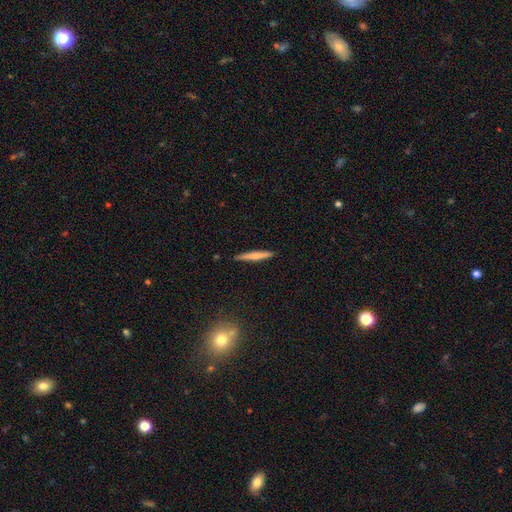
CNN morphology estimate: This appears to be a smooth galaxy with no disk features (62%) that is cigar-shaped (95%). Merging: none (89%).